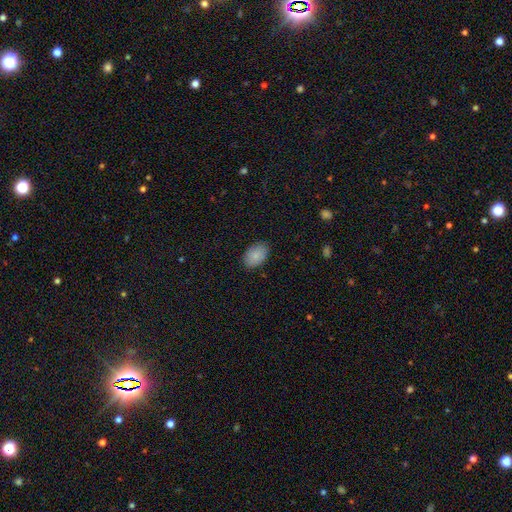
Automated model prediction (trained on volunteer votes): smooth_or_featured: smooth (p=0.85) [alt: featured or disk p=0.08]
how_rounded: in between (p=0.89) [alt: round p=0.10]
merging: none (p=0.86) [alt: minor disturbance p=0.11]